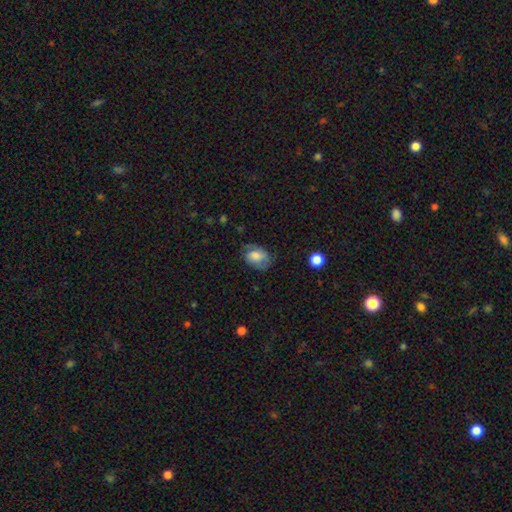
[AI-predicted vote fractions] Smooth or featured?
  - smooth: 66% *
  - featured or disk: 25%
  - star or artifact: 8%
How rounded?
  - in between: 70% *
  - round: 29%
  - cigar-shaped: 1%
Merging?
  - none: 56% *
  - minor disturbance: 28%
  - major disturbance: 14%
  - merger: 2%